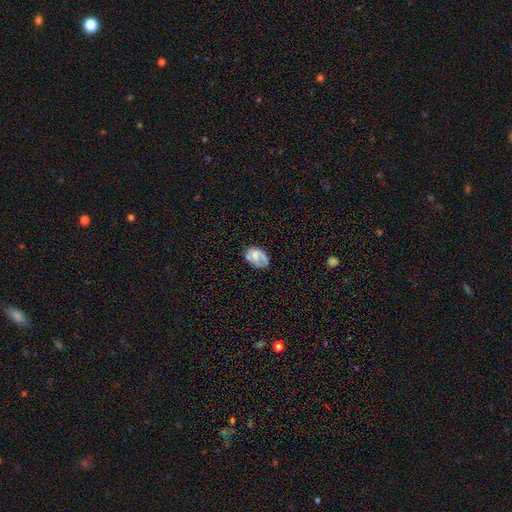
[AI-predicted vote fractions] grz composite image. It shows a smooth galaxy with no disk features (57%) that is in between round and cigar-shaped (76%). Merging: none (54%).